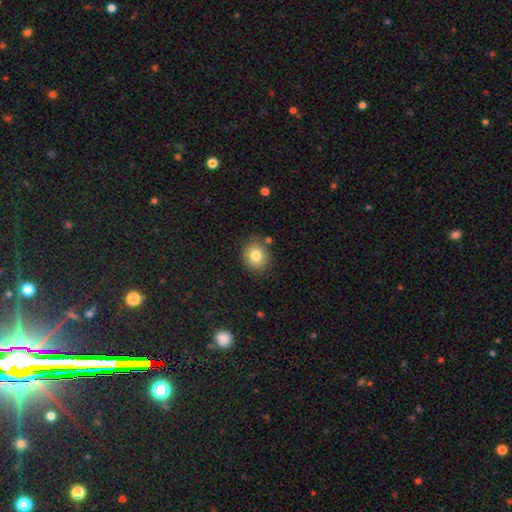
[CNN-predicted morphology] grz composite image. It shows a smooth galaxy with no disk features (81%) that is round (62%). Merging: none (83%).